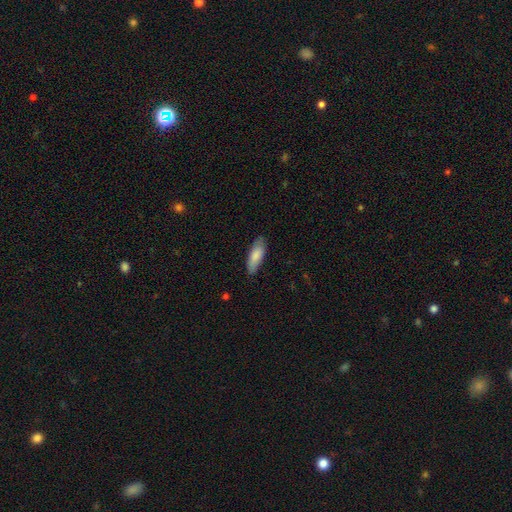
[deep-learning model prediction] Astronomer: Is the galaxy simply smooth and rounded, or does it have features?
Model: smooth — 83%.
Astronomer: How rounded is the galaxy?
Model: in between — 62%.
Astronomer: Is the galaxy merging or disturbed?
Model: none — 82%.